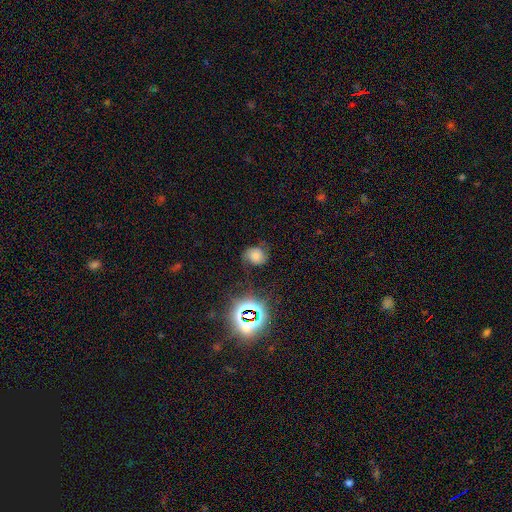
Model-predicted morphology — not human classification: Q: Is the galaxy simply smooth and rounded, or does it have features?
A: smooth — 52%.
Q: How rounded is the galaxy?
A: round — 63%.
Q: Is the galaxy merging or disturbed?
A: none — 59%.